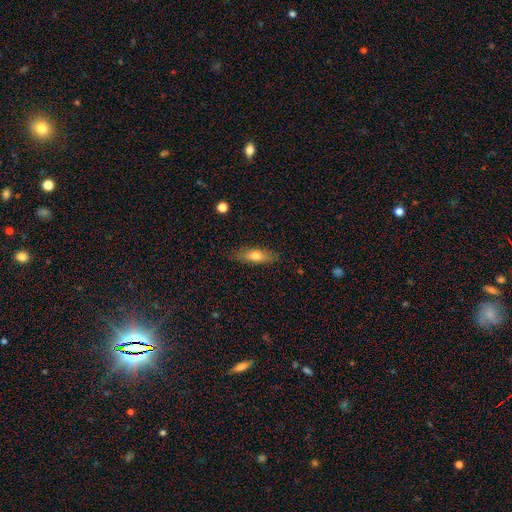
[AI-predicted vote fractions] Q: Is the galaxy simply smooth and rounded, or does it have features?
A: smooth — 68%.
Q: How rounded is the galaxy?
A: in between — 51%.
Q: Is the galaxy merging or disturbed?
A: none — 85%.